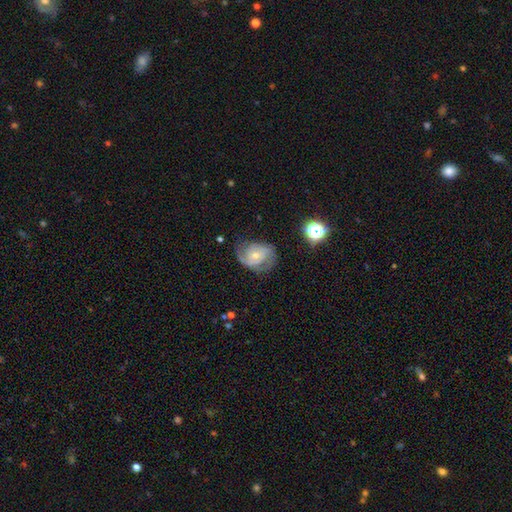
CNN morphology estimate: A featured or disk galaxy (80%) with no bar (65%), 2 (69%) medium (43%) spiral arms (94%) and a small central bulge (56%). Merging: none (64%).